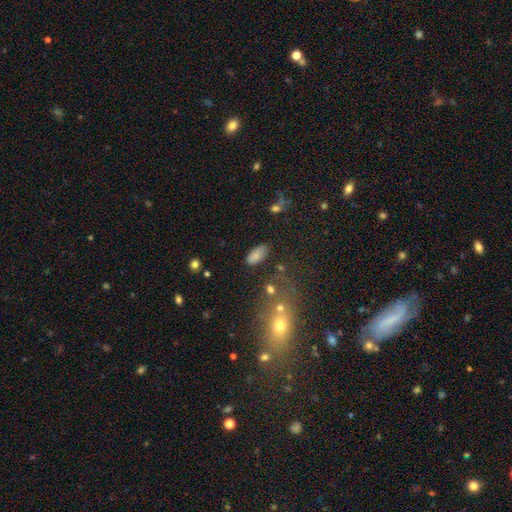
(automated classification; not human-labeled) Smooth or featured?
  - smooth: 79% *
  - featured or disk: 11%
  - star or artifact: 10%
How rounded?
  - in between: 91% *
  - cigar-shaped: 6%
  - round: 3%
Merging?
  - none: 78% *
  - minor disturbance: 14%
  - major disturbance: 4%
  - merger: 3%